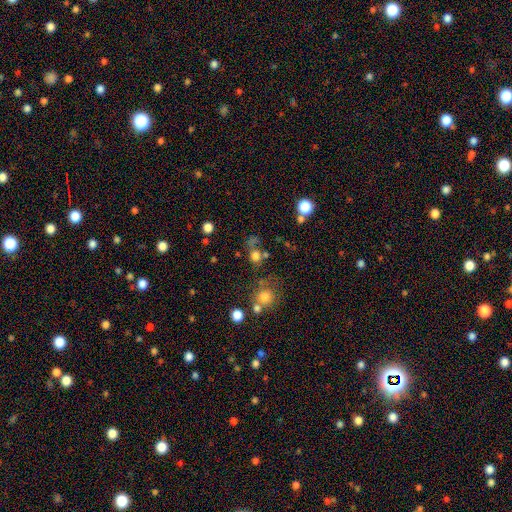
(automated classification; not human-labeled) smooth-or-featured: smooth: 69% | star or artifact: 19% | featured or disk: 12%
  how-rounded: round: 79% | in between: 19% | cigar-shaped: 2%
  merging: none: 51% | merger: 22% | minor disturbance: 13% | major disturbance: 13%